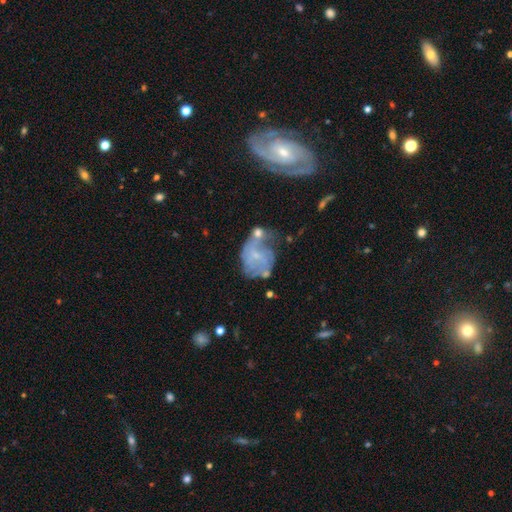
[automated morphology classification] Smooth or featured? Predicted: featured or disk (p=0.66). Edge-on disk? Predicted: no (p=0.97). Bar? Predicted: no (p=0.64). Spiral arms? Predicted: yes (p=0.72). Bulge size? Predicted: small (p=0.66). Merging? Predicted: none (p=0.33).